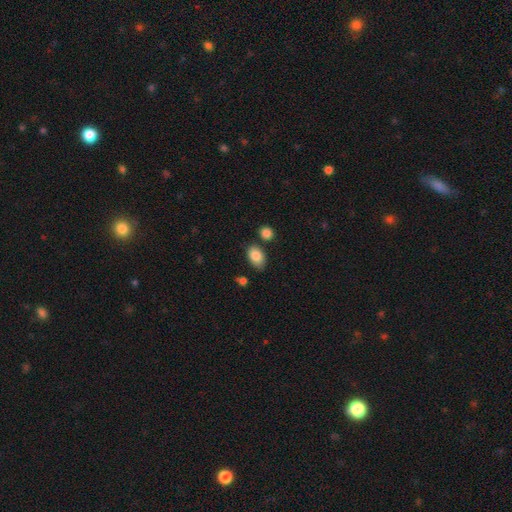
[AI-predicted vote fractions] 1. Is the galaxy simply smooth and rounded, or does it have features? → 85% smooth, 7% star or artifact, 7% featured or disk.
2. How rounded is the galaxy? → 89% in between, 10% round, 1% cigar-shaped.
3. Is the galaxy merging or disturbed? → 75% none, 15% minor disturbance, 7% merger, 3% major disturbance.